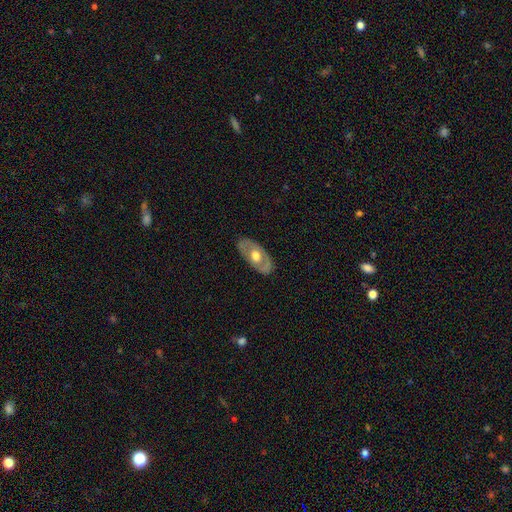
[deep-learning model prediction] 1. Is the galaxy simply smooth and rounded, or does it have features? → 53% featured or disk, 42% smooth, 5% star or artifact.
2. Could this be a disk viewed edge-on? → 83% no, 17% yes.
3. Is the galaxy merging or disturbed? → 81% none, 15% minor disturbance, 4% major disturbance, 1% merger.